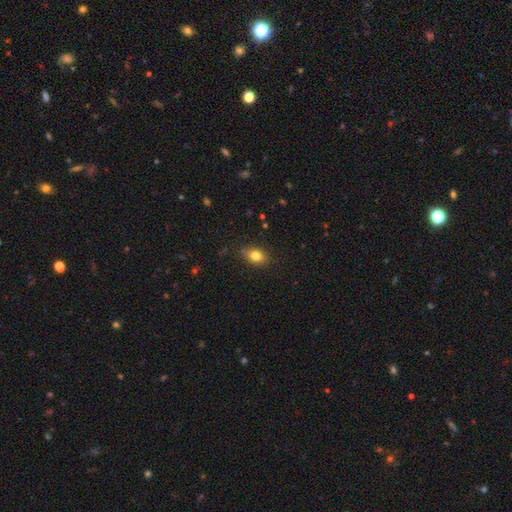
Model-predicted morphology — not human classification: smooth 79%, featured or disk 10%, star or artifact 10%. Down the decision tree: how rounded — in between (70%); merging — none (79%).